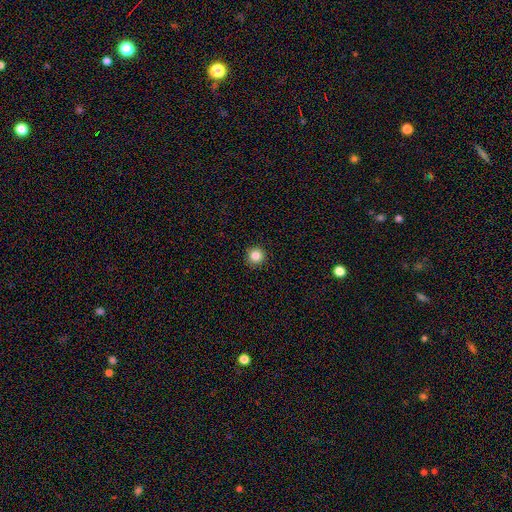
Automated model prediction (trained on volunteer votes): Smooth or featured: smooth — 85% (star or artifact — 11%)
How rounded: round — 96% (in between — 3%)
Merging: none — 93% (minor disturbance — 4%)